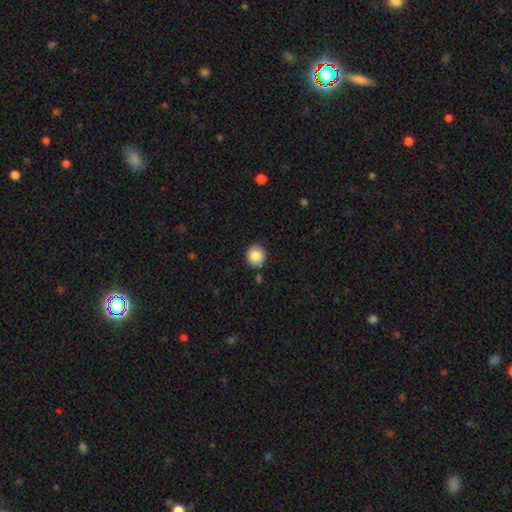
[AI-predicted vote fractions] This appears to be a smooth galaxy with no disk features (86%) that is round (88%). Merging: none (88%).